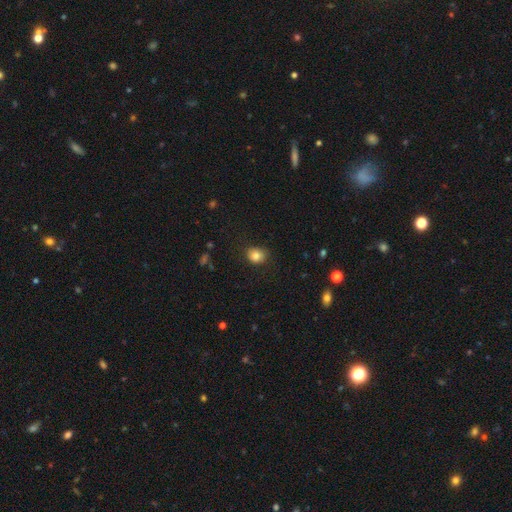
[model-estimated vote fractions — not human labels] smooth_or_featured: smooth (p=0.83) [alt: star or artifact p=0.11]
how_rounded: round (p=0.68) [alt: in between p=0.31]
merging: none (p=0.78) [alt: minor disturbance p=0.17]